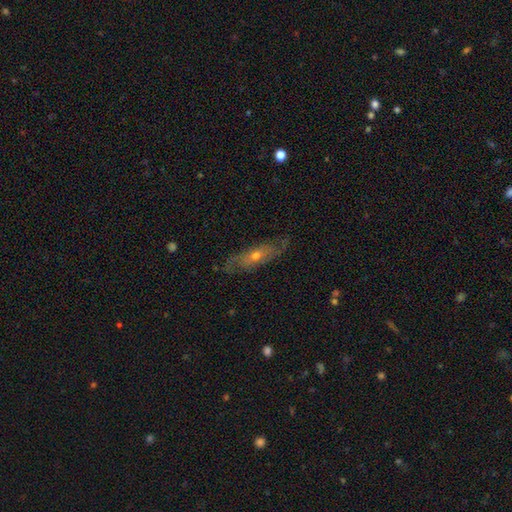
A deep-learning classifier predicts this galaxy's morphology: smooth_or_featured: featured or disk (p=0.68) [alt: smooth p=0.25]
disk_edge_on: no (p=0.69) [alt: yes p=0.31]
merging: none (p=0.75) [alt: minor disturbance p=0.17]